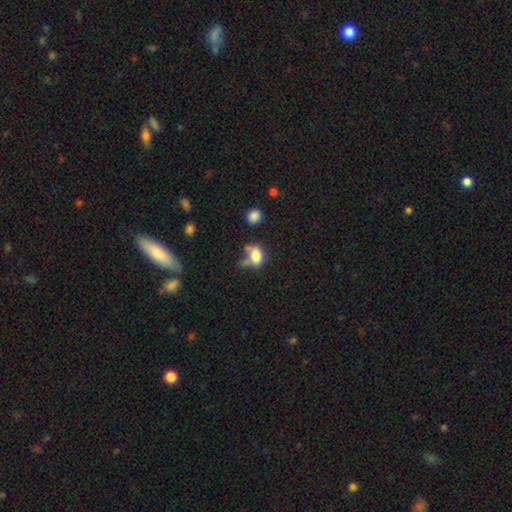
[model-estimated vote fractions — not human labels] Overall: smooth (76%). How rounded: in between (75%). Merging: none (36%; merger 24%).